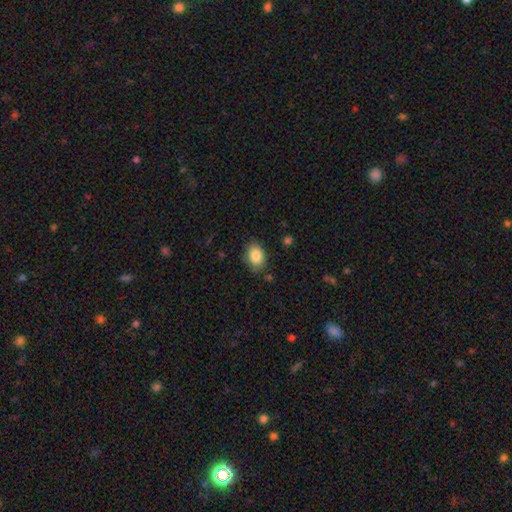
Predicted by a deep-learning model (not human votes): Smooth or featured? Predicted: smooth (p=0.85). How rounded? Predicted: in between (p=0.77). Merging? Predicted: none (p=0.81).